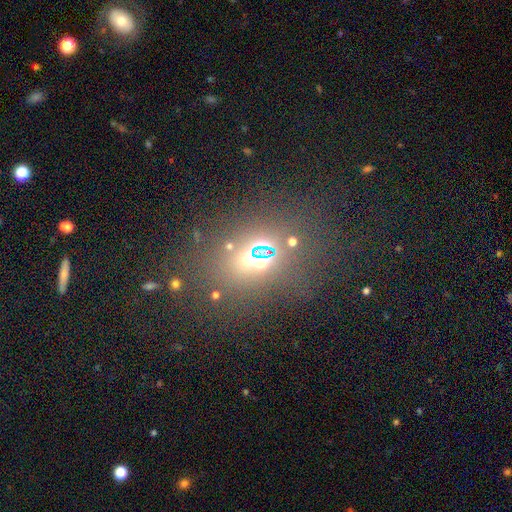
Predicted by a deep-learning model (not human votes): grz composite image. It shows a star or artifact, not a galaxy (61%).